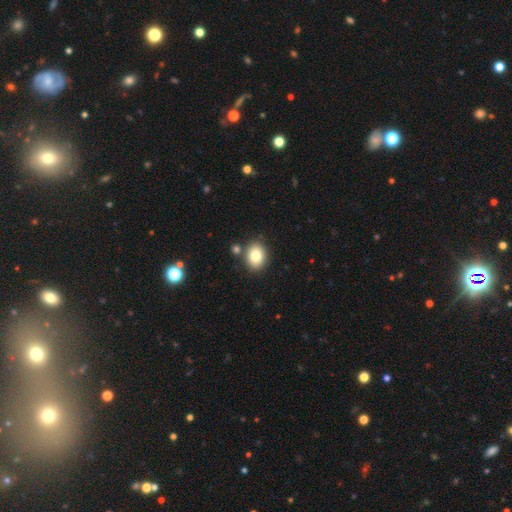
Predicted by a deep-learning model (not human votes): A smooth galaxy with no disk features (82%) that is in between round and cigar-shaped (59%).

Vote fractions:
- Smooth or featured? smooth: 82% / star or artifact: 9% / featured or disk: 9%
- How rounded? in between: 59% / round: 40% / cigar-shaped: 1%
- Merging? none: 80% / minor disturbance: 10% / merger: 8% / major disturbance: 3%